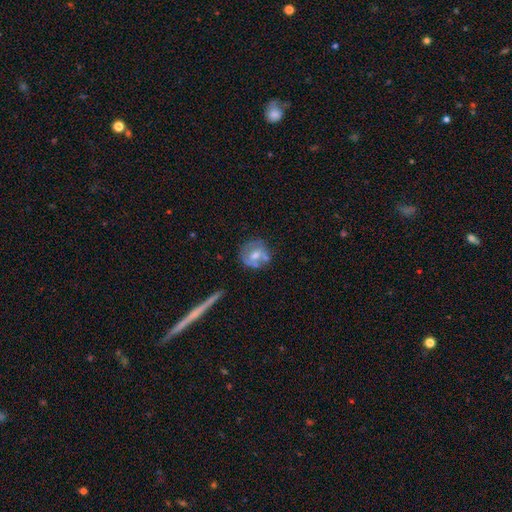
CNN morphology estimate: Smooth or featured: smooth — 46% (tied with featured or disk — 46%)
Merging: none — 52% (minor disturbance — 21%)